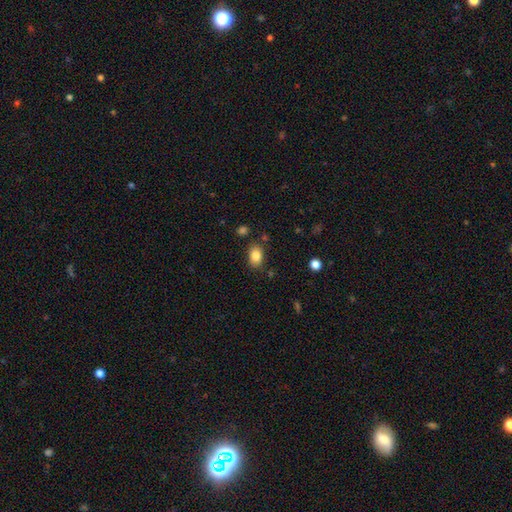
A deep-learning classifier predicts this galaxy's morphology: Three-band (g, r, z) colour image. It shows a smooth galaxy with no disk features (85%) that is in between round and cigar-shaped (84%). Merging: none (82%).